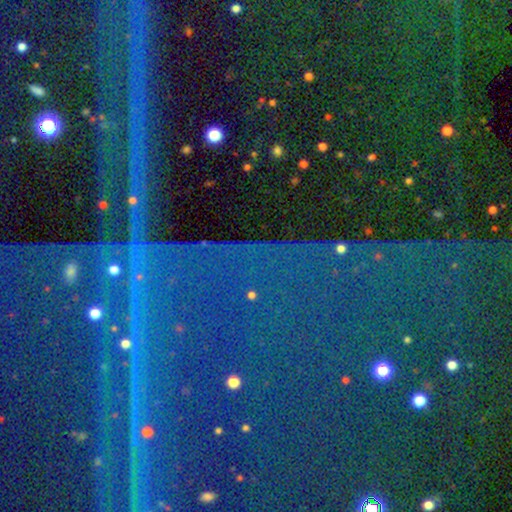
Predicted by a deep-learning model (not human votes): smooth-or-featured: star or artifact: 88% | featured or disk: 6% | smooth: 5%